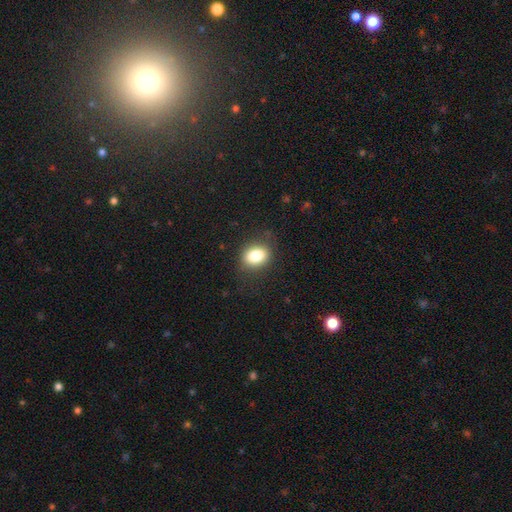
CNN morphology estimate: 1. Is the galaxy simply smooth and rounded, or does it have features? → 82% smooth, 9% star or artifact, 9% featured or disk.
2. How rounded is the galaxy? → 63% in between, 36% round, 1% cigar-shaped.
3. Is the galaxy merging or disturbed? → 82% none, 13% minor disturbance, 4% major disturbance, 1% merger.